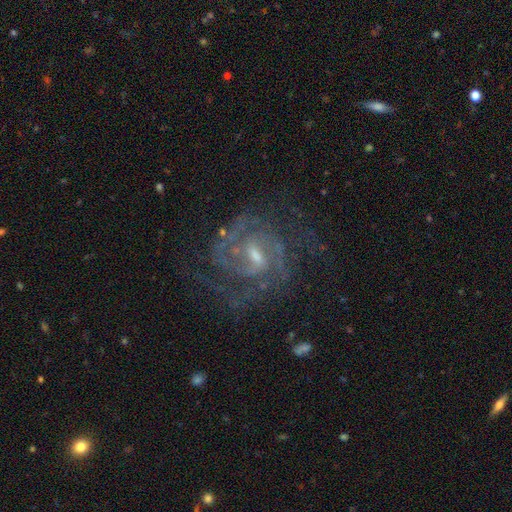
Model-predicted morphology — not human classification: Q: Smooth or featured?
A: featured or disk (89%); runner-up: star or artifact (6%)
Q: Edge-on disk?
A: no (98%); runner-up: yes (2%)
Q: Bar?
A: weak (61%); runner-up: strong (21%)
Q: Spiral arms?
A: yes (96%); runner-up: no (4%)
Q: Spiral winding?
A: medium (46%); runner-up: tight (44%)
Q: Spiral arm count?
A: 2 (47%); runner-up: 3 (19%)
Q: Bulge size?
A: small (53%); runner-up: moderate (39%)
Q: Merging?
A: none (66%); runner-up: minor disturbance (17%)